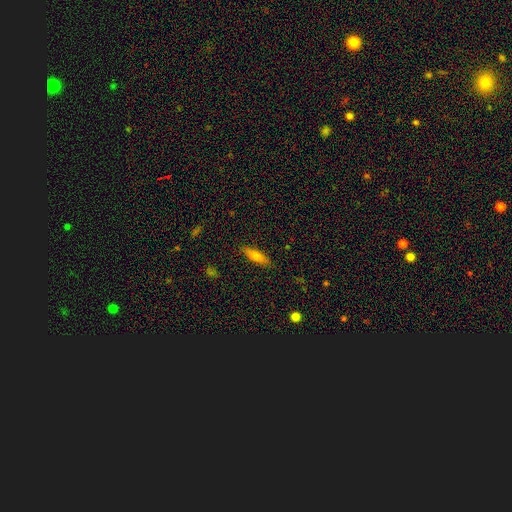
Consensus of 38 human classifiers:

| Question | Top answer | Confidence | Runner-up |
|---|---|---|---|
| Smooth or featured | featured or disk | 53% | smooth (47%) |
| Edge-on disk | yes | 80% | no (20%) |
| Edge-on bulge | rounded | 88% | boxy (6%) |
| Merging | none | 95% | minor disturbance (5%) |